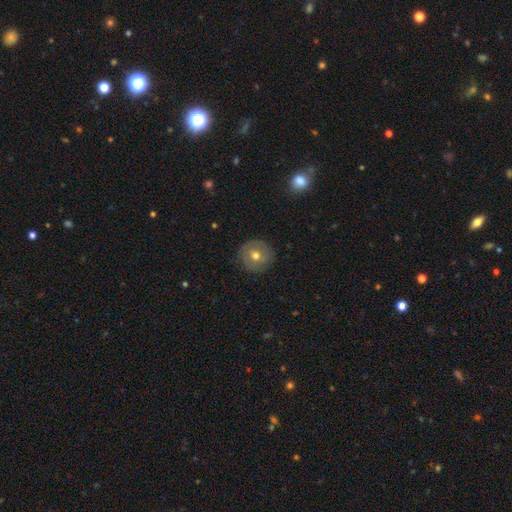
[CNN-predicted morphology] This is likely a smooth galaxy (62%). How rounded: clearly round (93%). Merging: clearly none (88%).